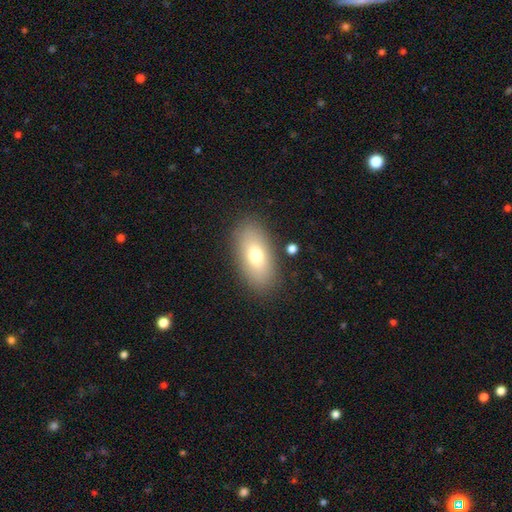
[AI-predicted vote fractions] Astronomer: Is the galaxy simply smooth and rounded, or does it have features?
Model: smooth — 72%.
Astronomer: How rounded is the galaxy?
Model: in between — 90%.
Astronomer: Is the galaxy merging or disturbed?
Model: none — 86%.